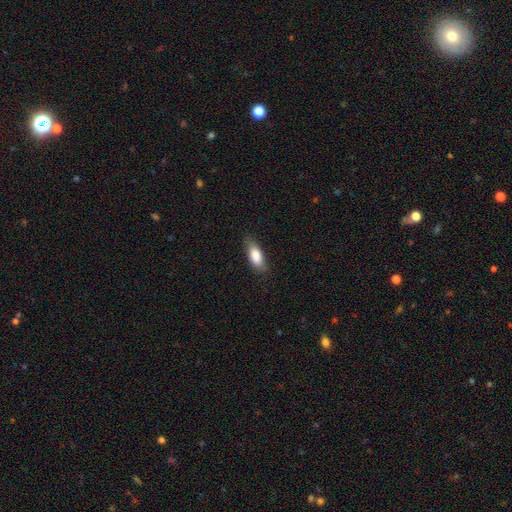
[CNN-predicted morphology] Smooth or featured? Predicted: smooth (p=0.84). How rounded? Predicted: in between (p=0.77). Merging? Predicted: none (p=0.77).